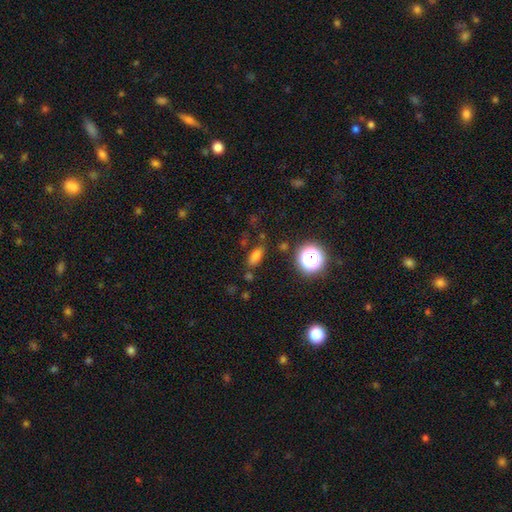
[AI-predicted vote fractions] Morphology: type=smooth (73%); roundness=in between (78%); merging=none (76%).